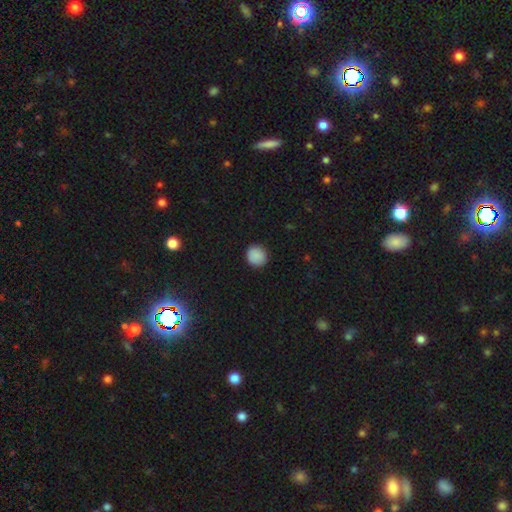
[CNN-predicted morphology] smooth-or-featured: smooth: 89% | star or artifact: 9% | featured or disk: 3%
  how-rounded: round: 91% | in between: 8% | cigar-shaped: 1%
  merging: none: 90% | minor disturbance: 7% | major disturbance: 2% | merger: 1%